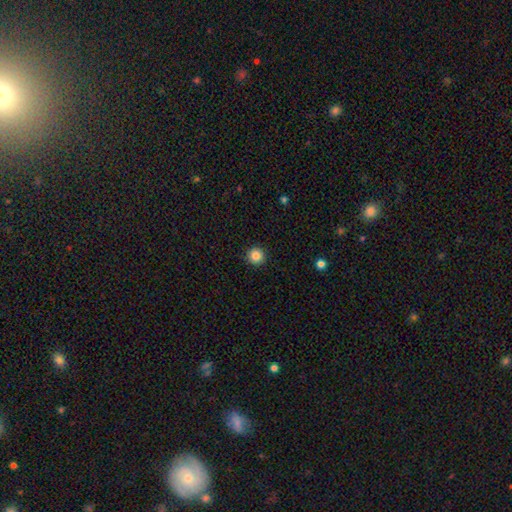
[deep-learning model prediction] The model was most divided on "smooth or featured": smooth: 86%, star or artifact: 10%, featured or disk: 4%. More confident: how rounded — round (96%); merging — none (93%).